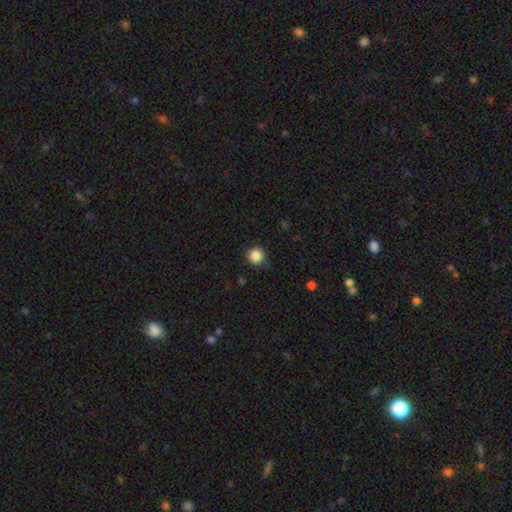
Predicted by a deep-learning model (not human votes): Smooth or featured? smooth (86%)
How rounded? round (95%)
Merging? none (86%)